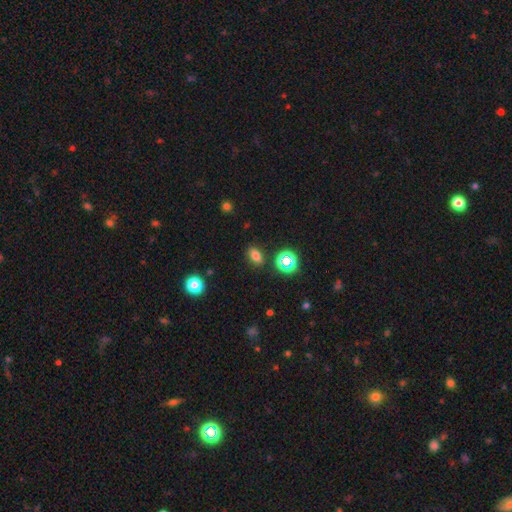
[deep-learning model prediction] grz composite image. It shows a smooth galaxy with no disk features (73%) that is in between round and cigar-shaped (78%). Merging: none (84%).